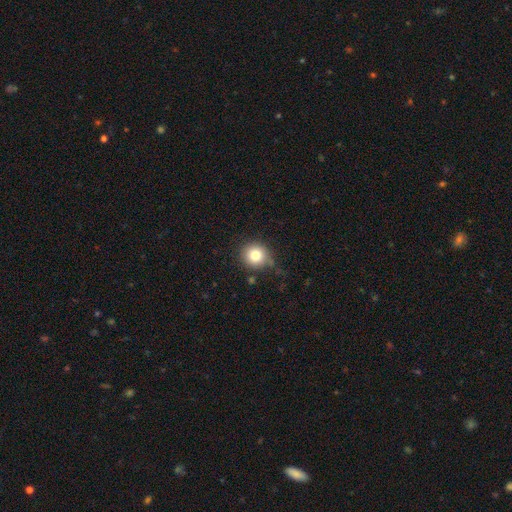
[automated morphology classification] This appears to be a smooth galaxy with no disk features (79%) that is round (91%). Merging: none (74%).